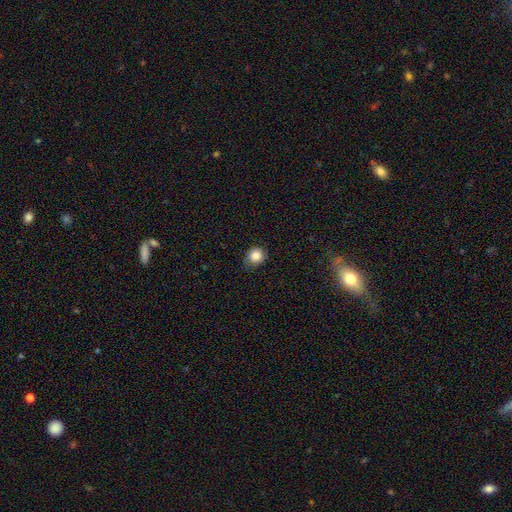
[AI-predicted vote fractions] The model was most divided on "merging": none: 72%, minor disturbance: 23%, major disturbance: 5%, merger: 1%. More confident: smooth or featured — smooth (84%); how rounded — round (80%).